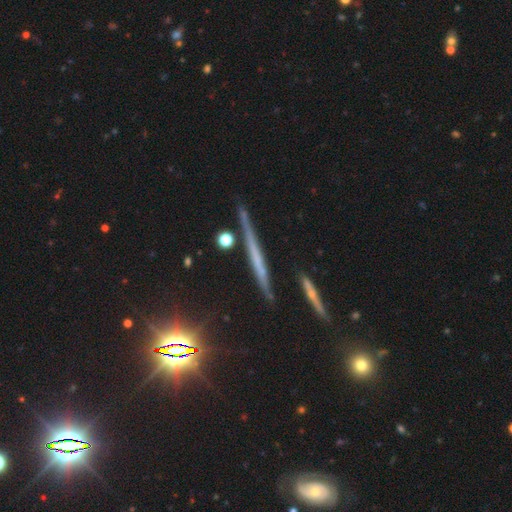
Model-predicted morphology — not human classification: This appears to be a featured or disk galaxy (56%) viewed edge-on (96%) with no central bulge (77%). Merging: none (82%).